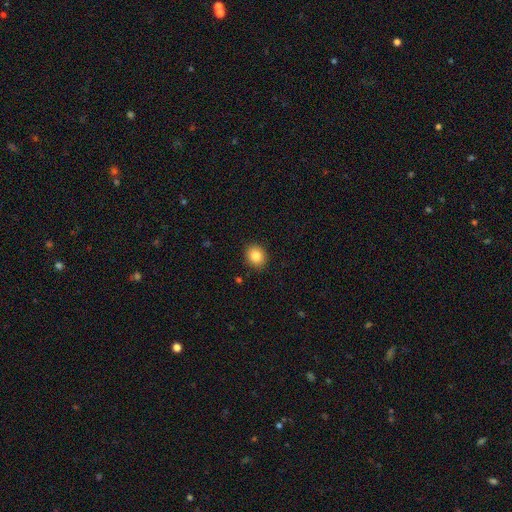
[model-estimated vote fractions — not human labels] smooth_or_featured: smooth (p=0.85) [alt: star or artifact p=0.09]
how_rounded: round (p=0.67) [alt: in between p=0.32]
merging: none (p=0.91) [alt: minor disturbance p=0.07]